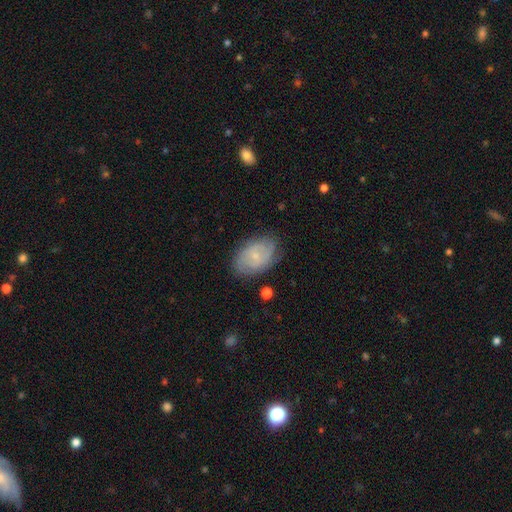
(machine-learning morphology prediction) The model was most divided on "smooth or featured": featured or disk: 57%, smooth: 35%, star or artifact: 8%. More confident: edge-on disk — no (96%); spiral arms — yes (79%); bulge size — small (77%); merging — none (75%); bar — no (61%).